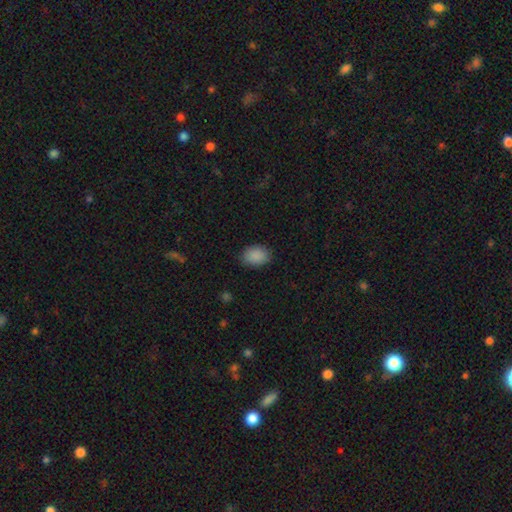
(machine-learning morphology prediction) Smooth or featured? smooth (89%)
How rounded? in between (73%)
Merging? none (84%)